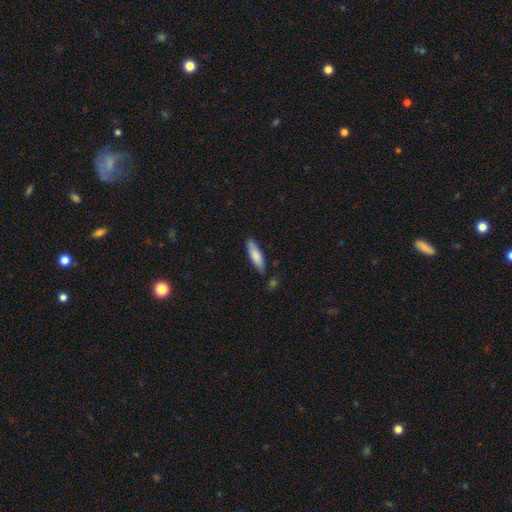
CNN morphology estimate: A smooth galaxy with no disk features (81%) that is cigar-shaped (66%). Merging: none (80%).